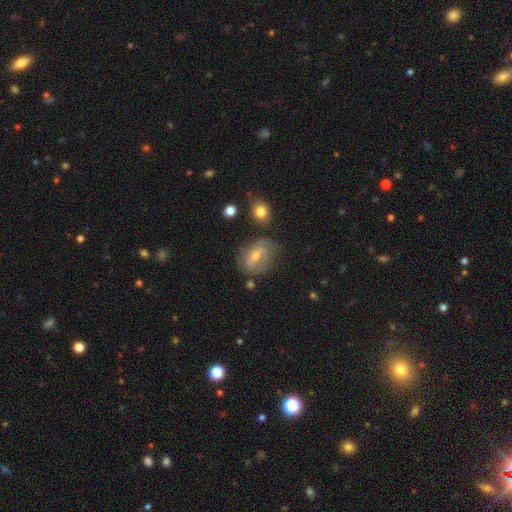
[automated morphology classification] A featured or disk galaxy (56%) with a weak bar (44%), spiral arms (62%) and a moderate central bulge (49%). Merging: none (57%).